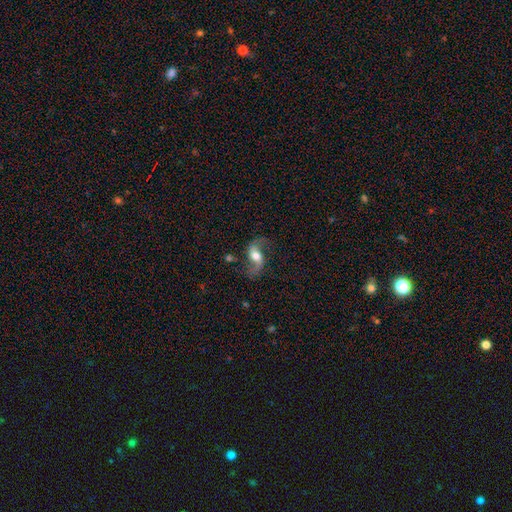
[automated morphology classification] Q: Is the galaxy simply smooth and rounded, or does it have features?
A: featured or disk — 76%.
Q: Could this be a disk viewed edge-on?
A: no — 94%.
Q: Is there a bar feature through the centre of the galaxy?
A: no — 40%, tied with weak.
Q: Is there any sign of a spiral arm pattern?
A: yes — 92%.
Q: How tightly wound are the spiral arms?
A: loose — 77%.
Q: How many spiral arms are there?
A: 2 — 92%.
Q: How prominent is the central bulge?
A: moderate — 57%.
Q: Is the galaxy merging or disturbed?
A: none — 69%.